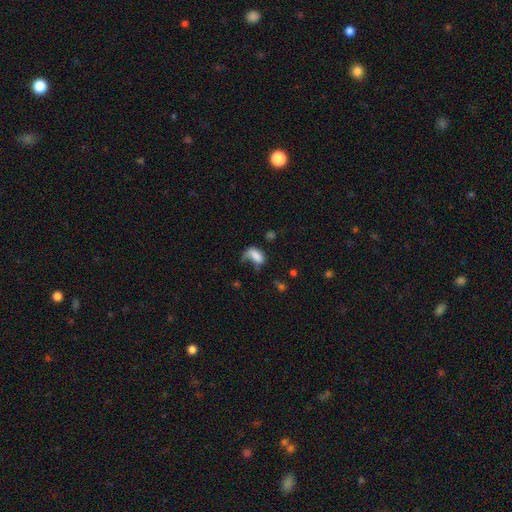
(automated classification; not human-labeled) A smooth galaxy with no disk features (73%) that is in between round and cigar-shaped (89%). Merging: major disturbance (43%).